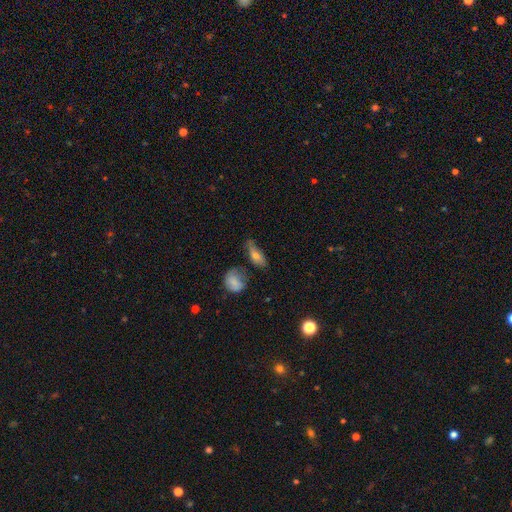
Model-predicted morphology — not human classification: smooth-or-featured: smooth: 67% | featured or disk: 23% | star or artifact: 10%
  how-rounded: in between: 67% | cigar-shaped: 27% | round: 6%
  merging: none: 53% | minor disturbance: 29% | major disturbance: 11% | merger: 7%